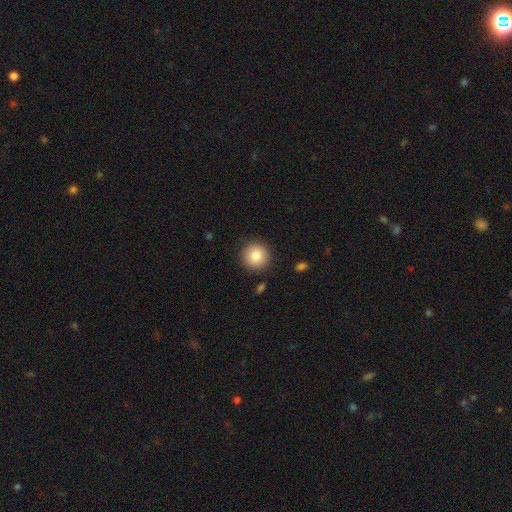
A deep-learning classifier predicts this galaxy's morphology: Smooth or featured: smooth — 85% (star or artifact — 8%)
How rounded: round — 95% (in between — 4%)
Merging: none — 90% (minor disturbance — 7%)